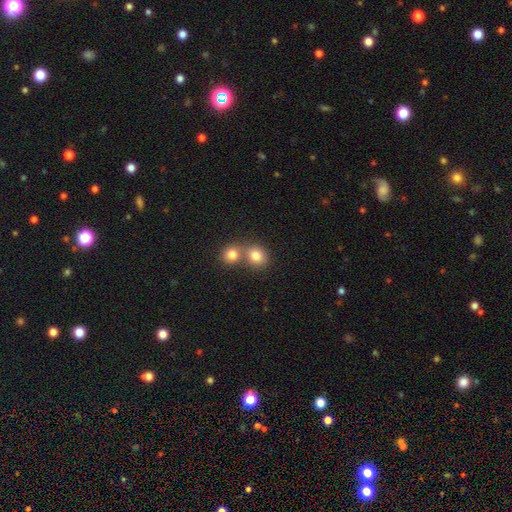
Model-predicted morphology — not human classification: The model was most divided on "merging": merger: 49%, none: 42%, minor disturbance: 6%, major disturbance: 2%. More confident: smooth or featured — smooth (80%); how rounded — round (77%).